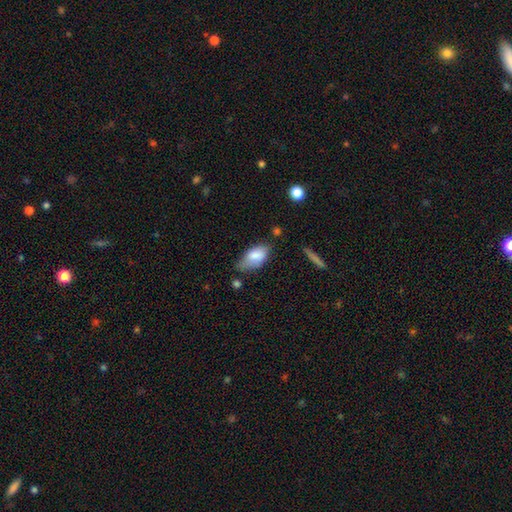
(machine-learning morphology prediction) Smooth or featured? smooth (79%)
How rounded? in between (92%)
Merging? none (46%)